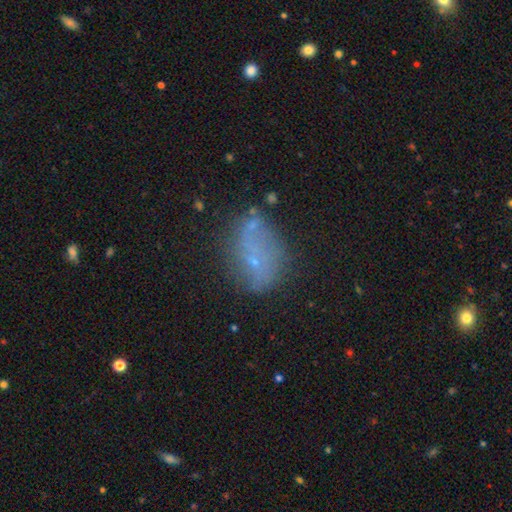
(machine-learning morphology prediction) This is possibly a smooth galaxy (46%). Merging: possibly none (57%).